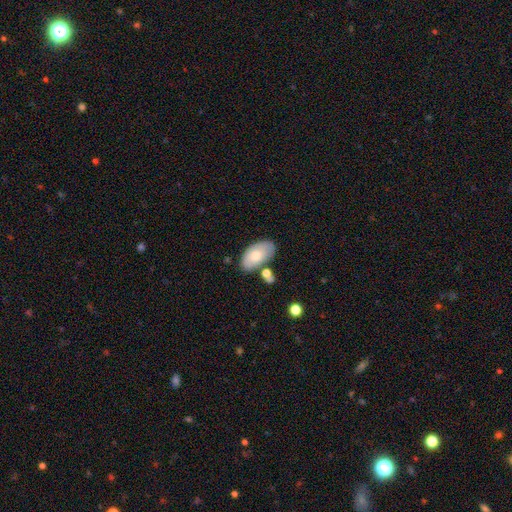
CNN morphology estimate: A smooth galaxy with no disk features (72%) that is in between round and cigar-shaped (94%). Merging: none (67%).